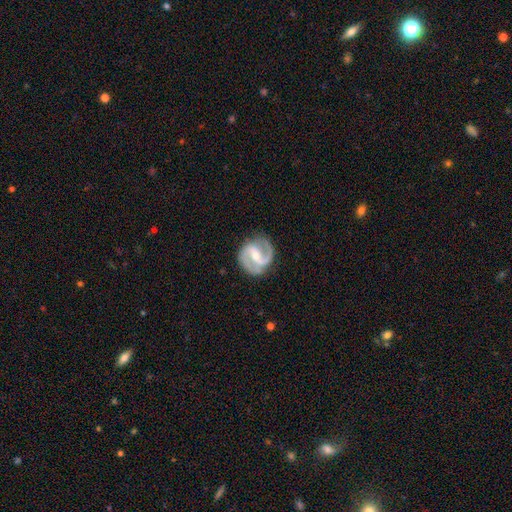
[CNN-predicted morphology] Smooth or featured: featured or disk — 91% (smooth — 5%)
Edge-on disk: no — 98% (yes — 2%)
Bar: weak — 46% (strong — 34%)
Spiral arms: yes — 97% (no — 3%)
Spiral winding: medium — 59% (tight — 24%)
Spiral arm count: 2 — 93% (can't tell — 2%)
Bulge size: small — 49% (moderate — 48%)
Merging: none — 82% (minor disturbance — 12%)